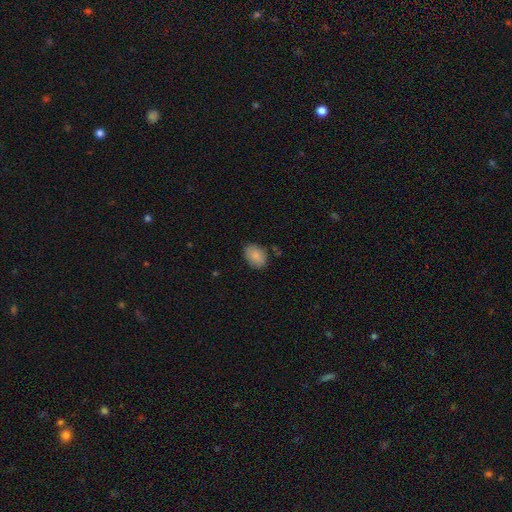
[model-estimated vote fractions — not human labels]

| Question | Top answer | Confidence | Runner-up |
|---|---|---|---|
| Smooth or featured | smooth | 87% | star or artifact (7%) |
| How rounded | in between | 79% | round (19%) |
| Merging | none | 81% | minor disturbance (14%) |